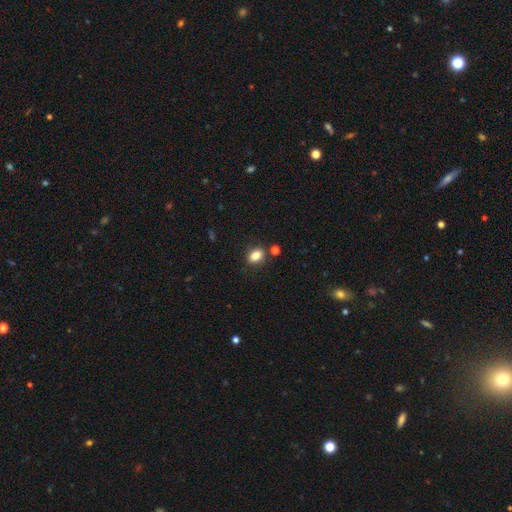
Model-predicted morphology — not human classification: smooth 84%, star or artifact 10%, featured or disk 6%. Down the decision tree: how rounded — in between (73%); merging — none (81%).